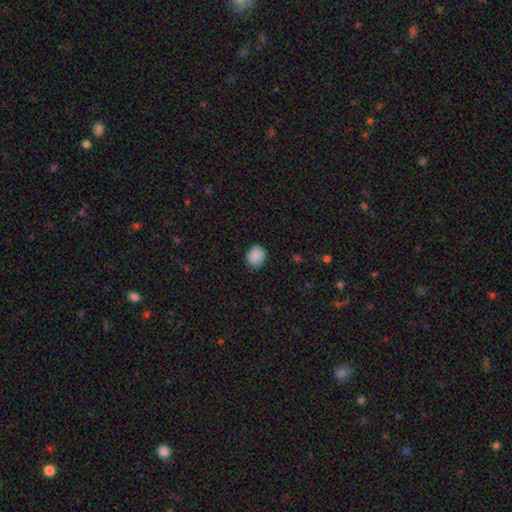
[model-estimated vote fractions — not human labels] Morphology: type=smooth (89%); roundness=round (60%); merging=none (87%).